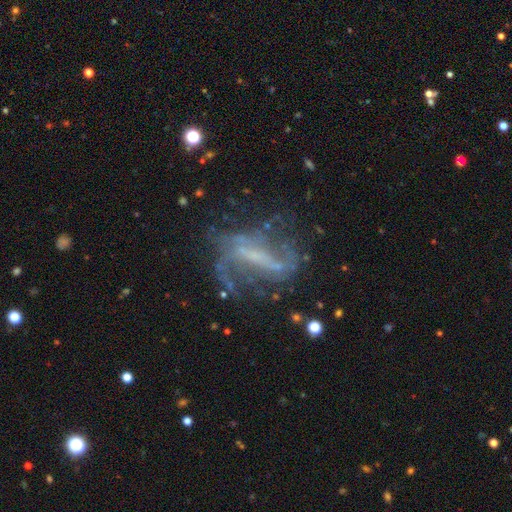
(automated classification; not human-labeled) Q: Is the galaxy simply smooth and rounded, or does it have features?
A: featured or disk — 73%.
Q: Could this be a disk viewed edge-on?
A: no — 86%.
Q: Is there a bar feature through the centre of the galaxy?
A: strong — 53%.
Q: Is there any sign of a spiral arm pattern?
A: yes — 66%.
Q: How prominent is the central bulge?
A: none — 49%.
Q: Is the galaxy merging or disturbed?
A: none — 49%.